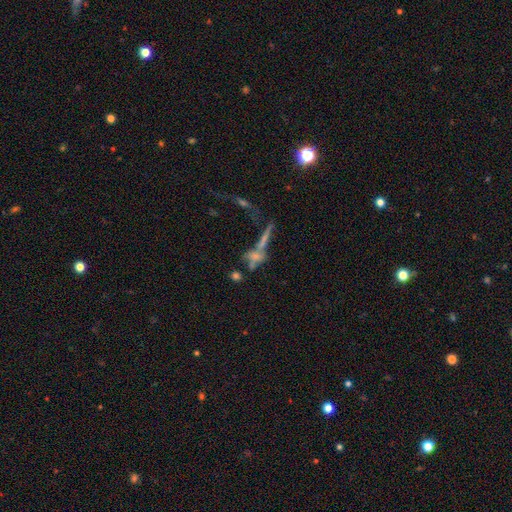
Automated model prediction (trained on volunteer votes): This is marginally a featured or disk galaxy (42%). Merging: marginally merger (41%).